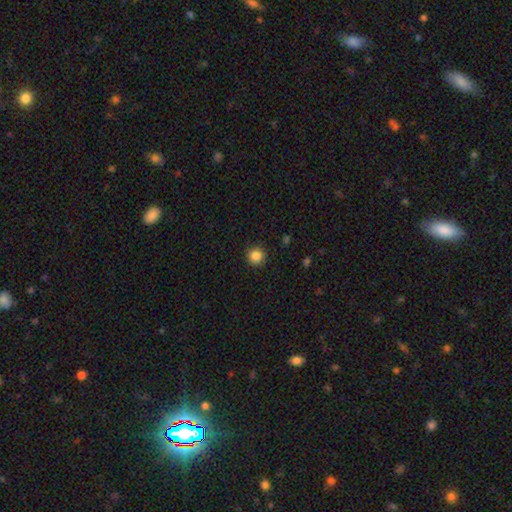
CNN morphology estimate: type=smooth (86%); roundness=round (94%); merging=none (91%).